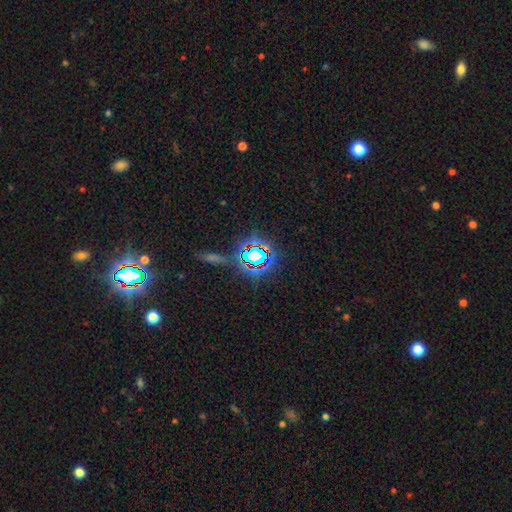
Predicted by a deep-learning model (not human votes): Morphology: type=star or artifact (69%).